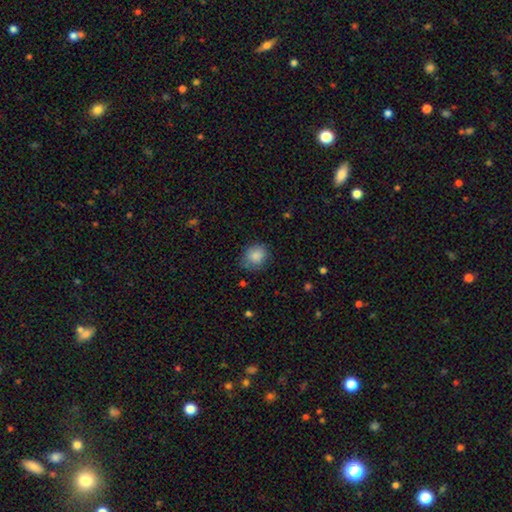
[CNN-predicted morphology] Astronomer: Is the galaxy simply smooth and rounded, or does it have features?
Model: smooth — 85%.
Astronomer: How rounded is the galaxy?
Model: round — 72%.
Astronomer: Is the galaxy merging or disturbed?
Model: none — 71%.